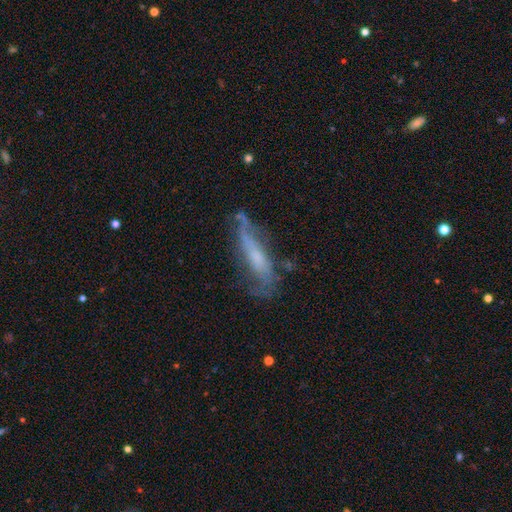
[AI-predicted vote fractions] featured or disk 62%, smooth 29%, star or artifact 9%. Down the decision tree: edge-on disk — no (61%); merging — none (50%).